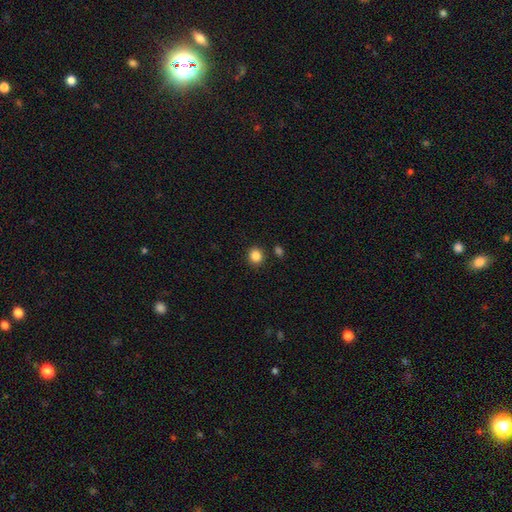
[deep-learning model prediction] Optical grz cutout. It shows a smooth galaxy with no disk features (85%) that is round (87%). Merging: none (88%).